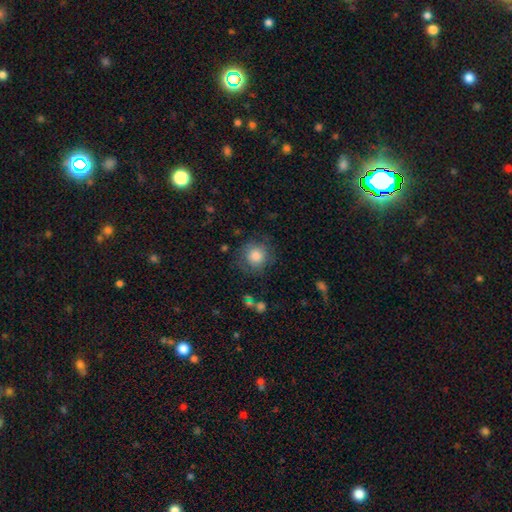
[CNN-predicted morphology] smooth 81%, featured or disk 10%, star or artifact 9%. Down the decision tree: how rounded — round (92%); merging — none (77%).